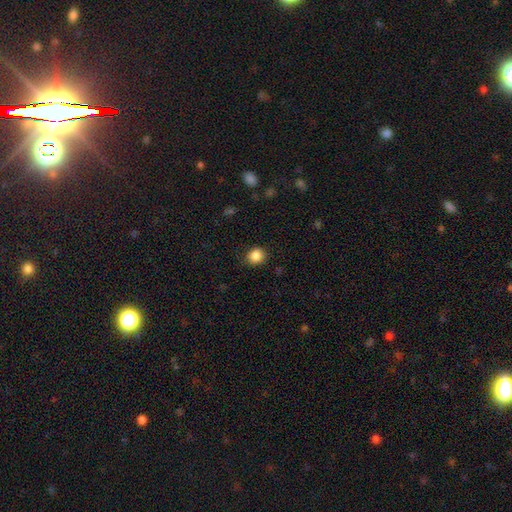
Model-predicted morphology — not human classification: This appears to be a smooth galaxy with no disk features (86%) that is round (81%). Merging: none (87%).